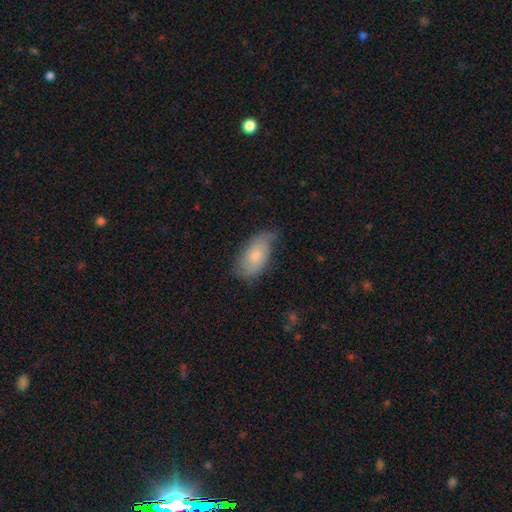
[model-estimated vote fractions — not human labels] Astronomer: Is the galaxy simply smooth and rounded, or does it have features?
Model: smooth — 61%.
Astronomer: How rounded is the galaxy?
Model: in between — 93%.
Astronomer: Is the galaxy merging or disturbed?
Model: none — 60%.